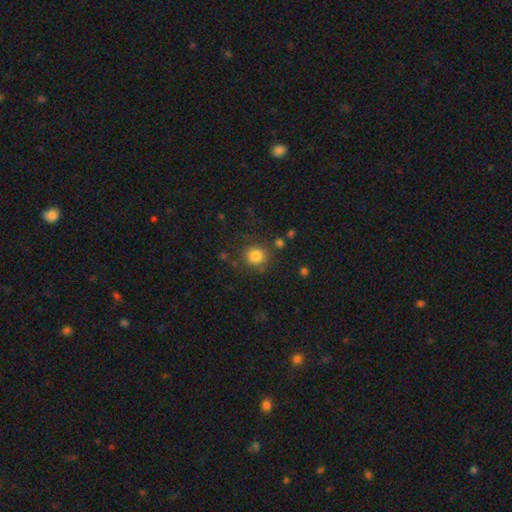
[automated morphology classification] smooth_or_featured: smooth (p=0.83) [alt: star or artifact p=0.12]
how_rounded: round (p=0.87) [alt: in between p=0.12]
merging: none (p=0.82) [alt: minor disturbance p=0.10]